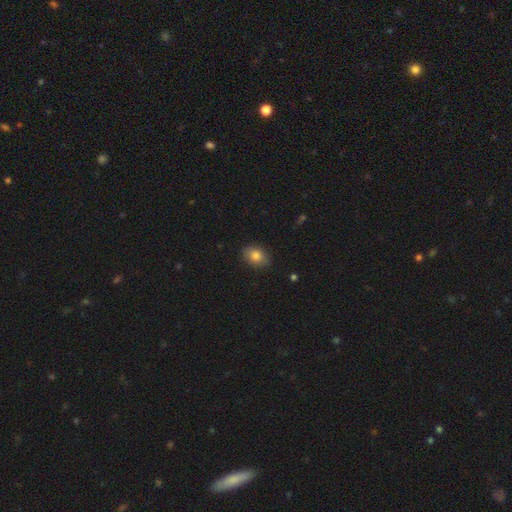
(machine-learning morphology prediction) Smooth or featured? smooth (83%)
How rounded? in between (68%)
Merging? none (86%)